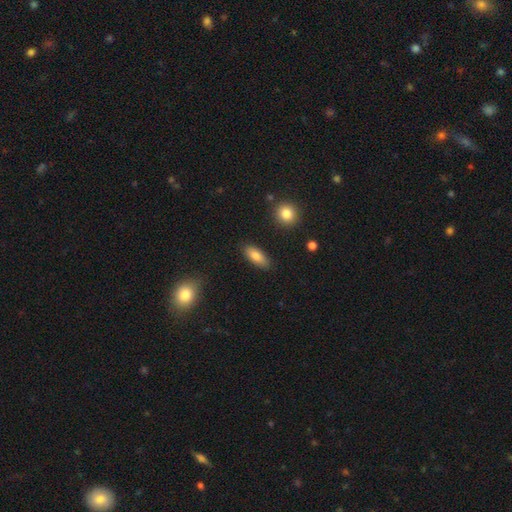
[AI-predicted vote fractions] smooth_or_featured: smooth (p=0.81) [alt: featured or disk p=0.12]
how_rounded: in between (p=0.78) [alt: cigar-shaped p=0.19]
merging: none (p=0.86) [alt: minor disturbance p=0.10]